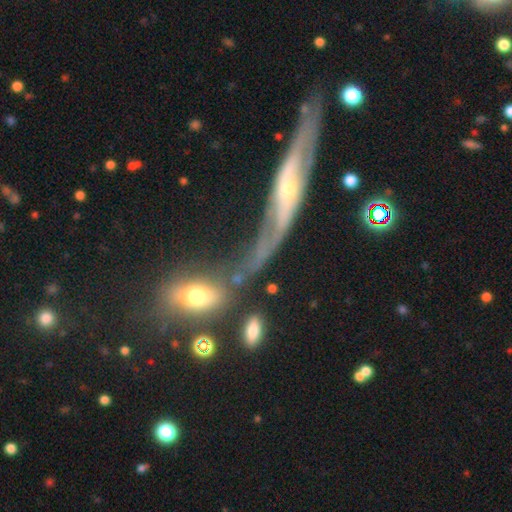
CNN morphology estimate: Q: Smooth or featured?
A: featured or disk (52%); runner-up: smooth (36%)
Q: Edge-on disk?
A: no (51%); runner-up: yes (49%)
Q: Merging?
A: none (37%); runner-up: major disturbance (26%)